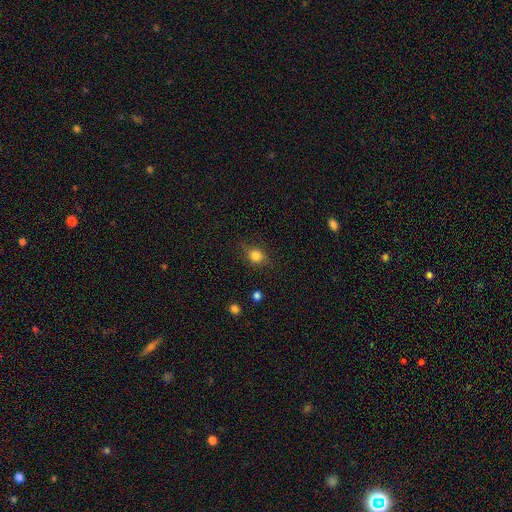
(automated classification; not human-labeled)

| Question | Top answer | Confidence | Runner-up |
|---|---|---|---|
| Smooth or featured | smooth | 81% | star or artifact (11%) |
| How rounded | round | 69% | in between (30%) |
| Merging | none | 79% | minor disturbance (16%) |